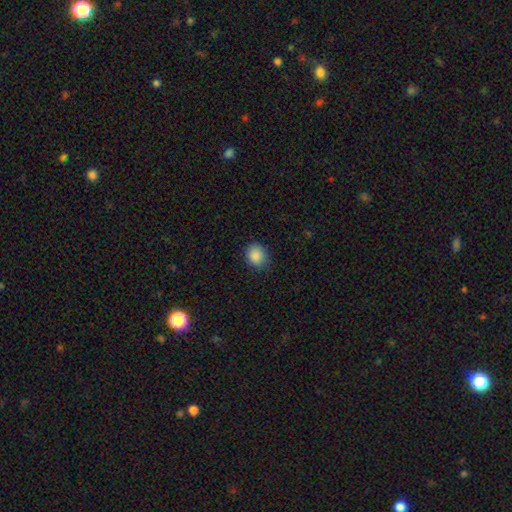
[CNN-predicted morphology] smooth 87%, star or artifact 9%, featured or disk 4%. Down the decision tree: how rounded — round (71%); merging — none (81%).